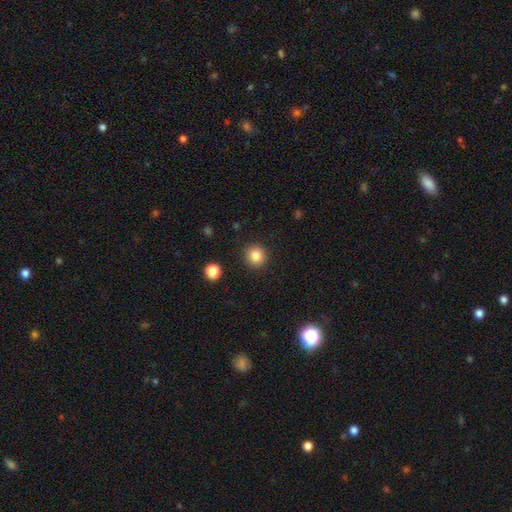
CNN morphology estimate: Smooth or featured? Predicted: smooth (p=0.84). How rounded? Predicted: round (p=0.93). Merging? Predicted: none (p=0.90).